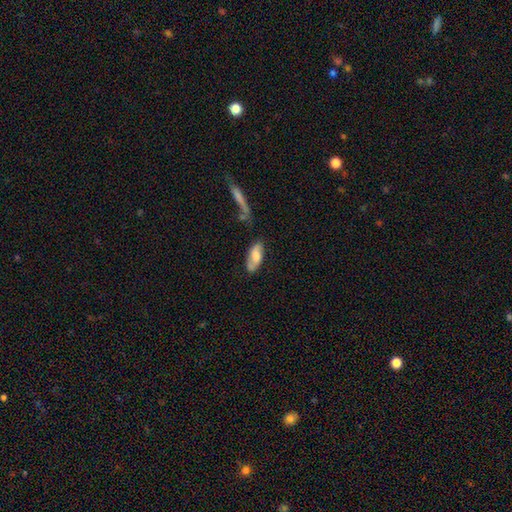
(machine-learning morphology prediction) Smooth or featured?
  - smooth: 57% *
  - featured or disk: 36%
  - star or artifact: 7%
How rounded?
  - in between: 82% *
  - cigar-shaped: 15%
  - round: 3%
Merging?
  - none: 66% *
  - minor disturbance: 22%
  - major disturbance: 6%
  - merger: 6%